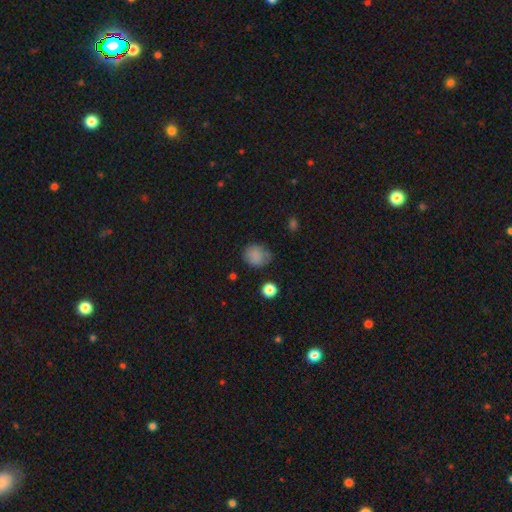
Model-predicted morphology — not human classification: The model was most divided on "merging": none: 64%, minor disturbance: 26%, major disturbance: 7%, merger: 3%. More confident: smooth or featured — smooth (83%); how rounded — round (70%).